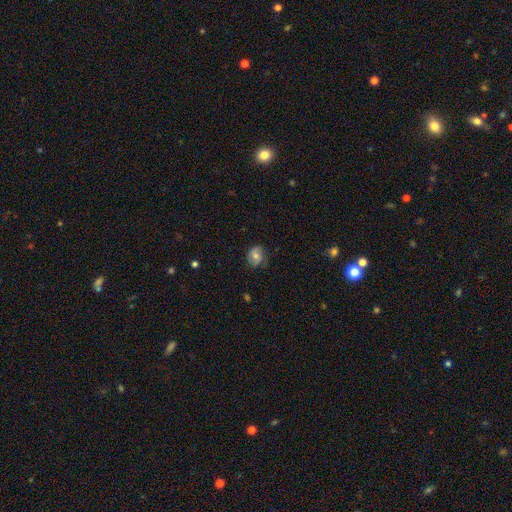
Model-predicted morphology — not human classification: Q: Smooth or featured?
A: smooth (56%); runner-up: featured or disk (34%)
Q: How rounded?
A: round (64%); runner-up: in between (35%)
Q: Merging?
A: none (71%); runner-up: minor disturbance (22%)